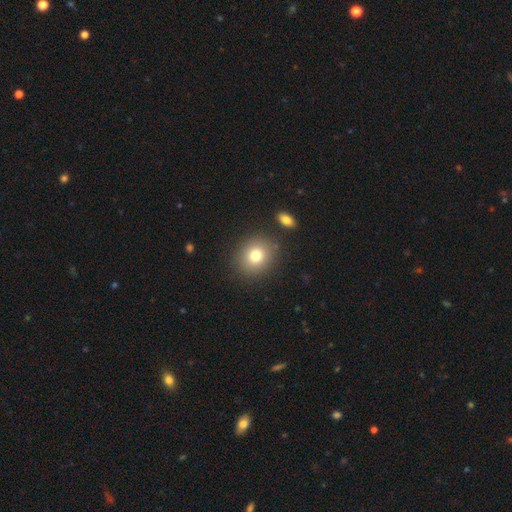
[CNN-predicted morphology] smooth-or-featured: smooth: 78% | star or artifact: 11% | featured or disk: 10%
  how-rounded: round: 78% | in between: 22% | cigar-shaped: 1%
  merging: none: 86% | minor disturbance: 8% | merger: 3% | major disturbance: 3%